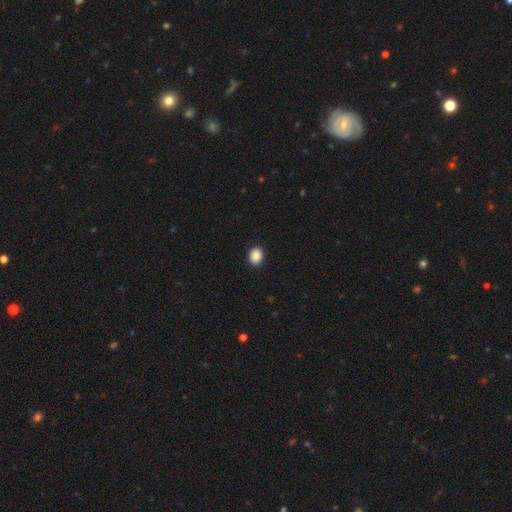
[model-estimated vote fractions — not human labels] Morphology: type=smooth (89%); roundness=in between (50%); merging=none (90%).